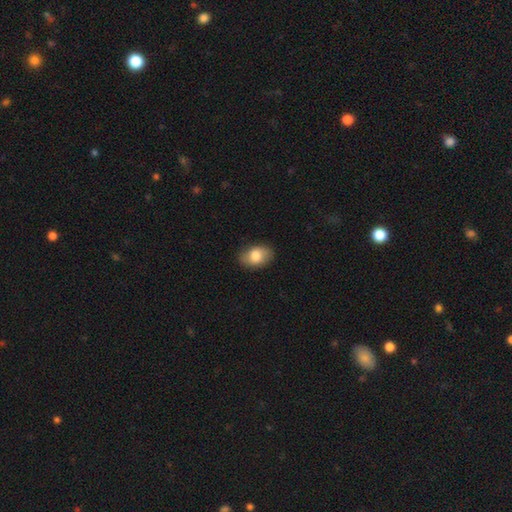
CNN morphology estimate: Q: Smooth or featured?
A: smooth (79%); runner-up: featured or disk (14%)
Q: How rounded?
A: in between (84%); runner-up: round (15%)
Q: Merging?
A: none (85%); runner-up: minor disturbance (12%)